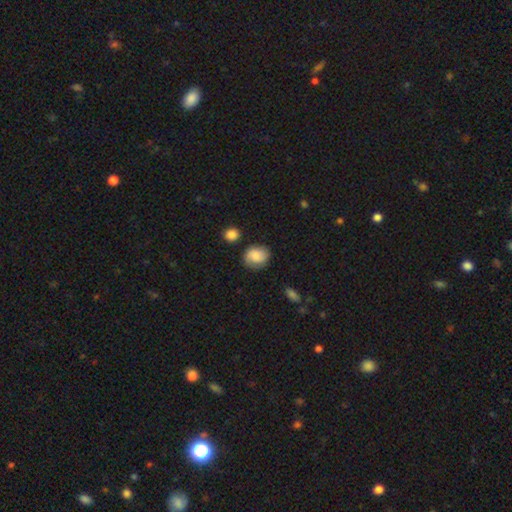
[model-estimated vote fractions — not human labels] Q: Smooth or featured?
A: smooth (71%); runner-up: featured or disk (21%)
Q: How rounded?
A: round (64%); runner-up: in between (35%)
Q: Merging?
A: none (73%); runner-up: minor disturbance (19%)